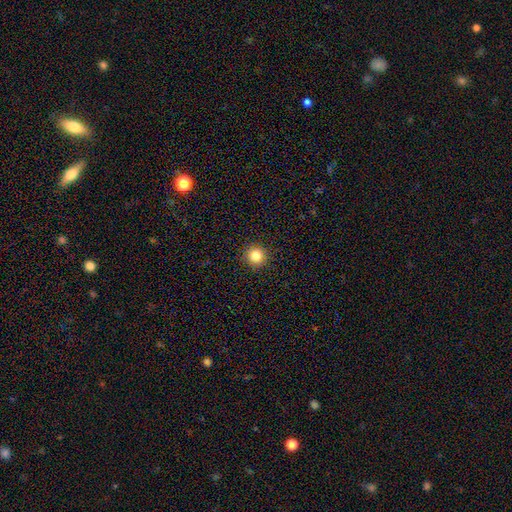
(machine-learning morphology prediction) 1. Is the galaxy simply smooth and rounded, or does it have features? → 83% smooth, 12% star or artifact, 5% featured or disk.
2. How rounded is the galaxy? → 94% round, 5% in between, 1% cigar-shaped.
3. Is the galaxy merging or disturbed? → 92% none, 5% minor disturbance, 2% major disturbance, 1% merger.